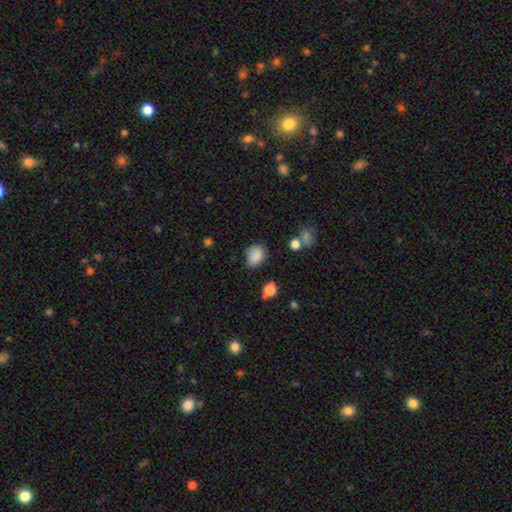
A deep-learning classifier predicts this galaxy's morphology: Overall: smooth (84%). How rounded: in between (59%; round 40%). Merging: none (59%; minor disturbance 31%).